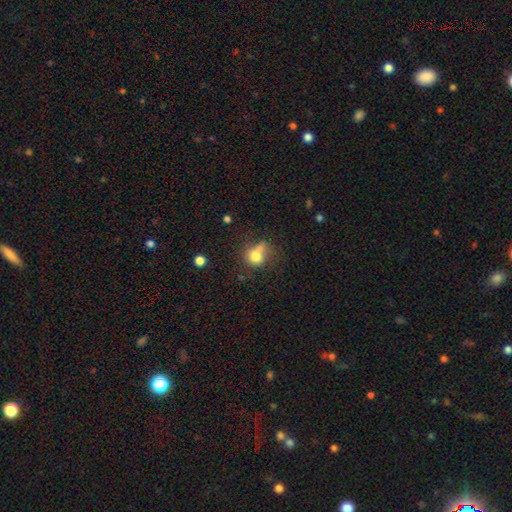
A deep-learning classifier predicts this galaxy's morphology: Overall: smooth (75%). How rounded: round (77%). Merging: none (46%; merger 29%).